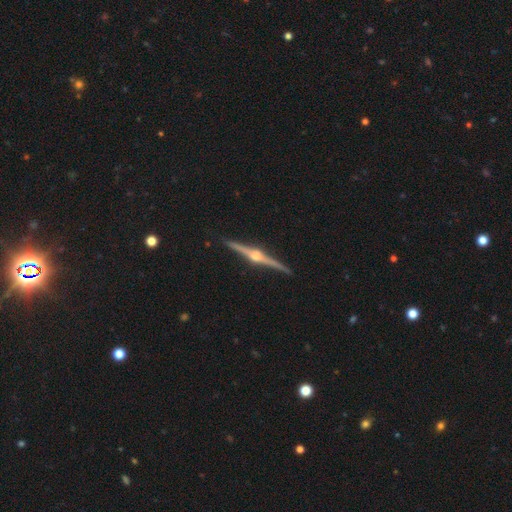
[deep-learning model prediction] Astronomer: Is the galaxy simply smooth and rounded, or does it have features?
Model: featured or disk — 90%.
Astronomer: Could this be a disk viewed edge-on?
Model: yes — 99%.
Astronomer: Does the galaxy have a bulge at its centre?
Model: rounded — 94%.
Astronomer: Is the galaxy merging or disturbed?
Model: none — 92%.